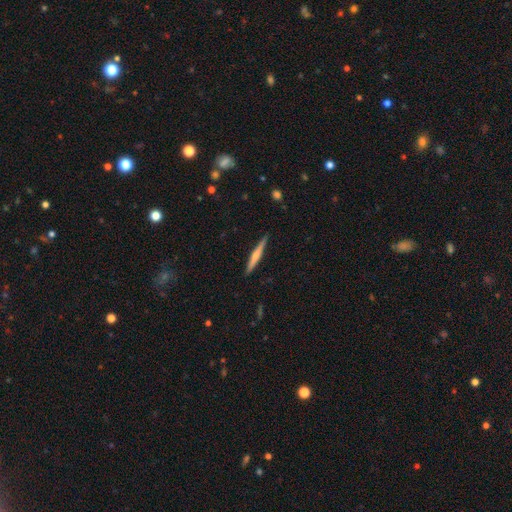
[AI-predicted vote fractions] The model was most divided on "smooth or featured": featured or disk: 49%, smooth: 46%, star or artifact: 5%. More confident: merging — none (90%).